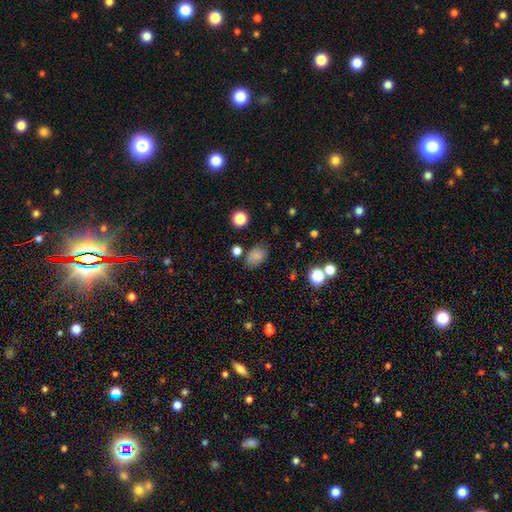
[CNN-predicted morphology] A smooth galaxy with no disk features (79%) that is in between round and cigar-shaped (76%). Merging: none (70%).